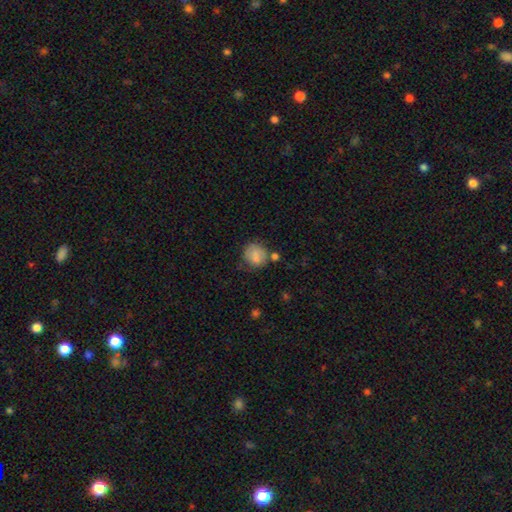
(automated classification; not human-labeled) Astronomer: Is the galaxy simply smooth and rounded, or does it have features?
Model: smooth — 77%.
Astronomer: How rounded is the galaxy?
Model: round — 81%.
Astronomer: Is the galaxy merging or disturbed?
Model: none — 60%.